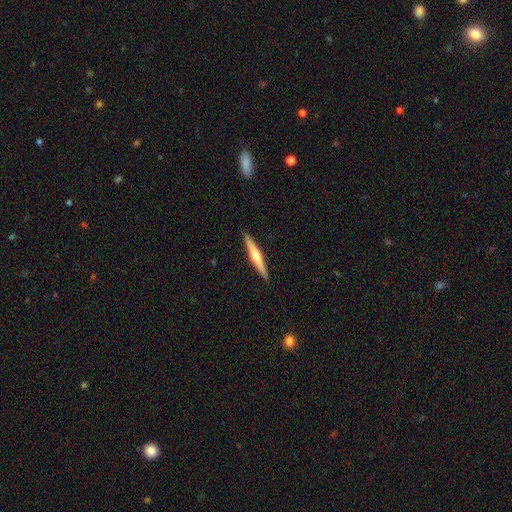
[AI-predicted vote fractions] This appears to be a featured or disk galaxy (62%) viewed edge-on (98%) with a rounded central bulge (87%). Merging: none (92%).